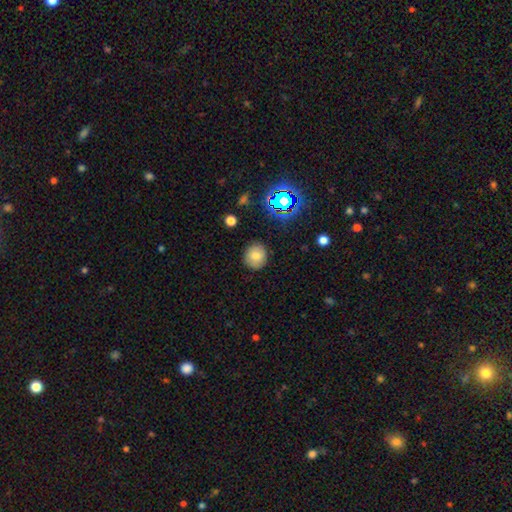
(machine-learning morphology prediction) Smooth or featured?
  - smooth: 75% *
  - star or artifact: 14%
  - featured or disk: 11%
How rounded?
  - round: 87% *
  - in between: 12%
  - cigar-shaped: 1%
Merging?
  - none: 87% *
  - minor disturbance: 9%
  - major disturbance: 3%
  - merger: 1%